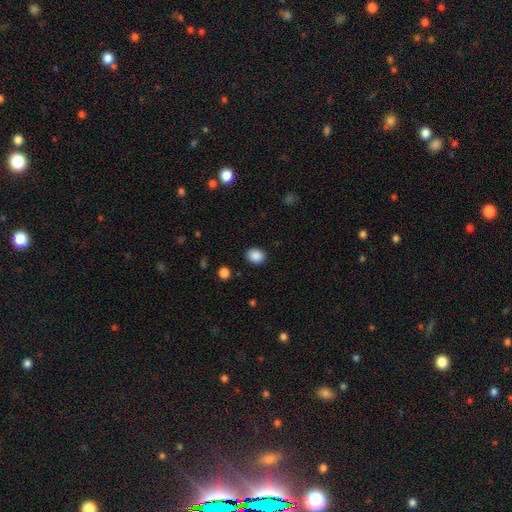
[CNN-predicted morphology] A smooth galaxy with no disk features (88%) that is round (50%). Merging: none (88%).